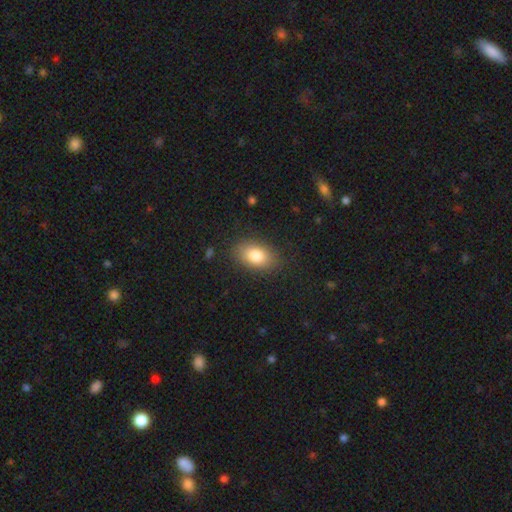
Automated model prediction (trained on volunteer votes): This appears to be a smooth galaxy with no disk features (82%) that is in between round and cigar-shaped (89%). Merging: none (84%).